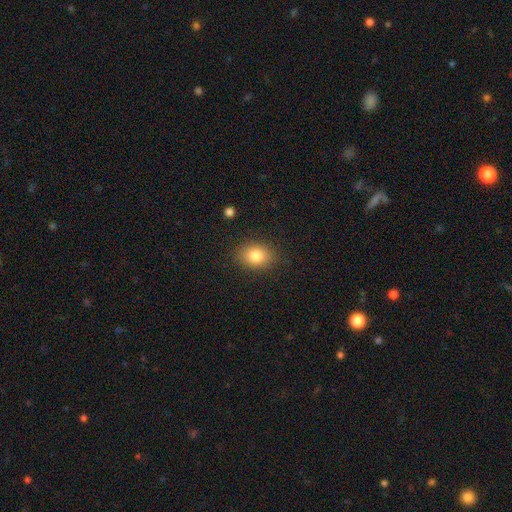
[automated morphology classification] The model was most divided on "how rounded": in between: 64%, round: 35%, cigar-shaped: 1%. More confident: merging — none (86%); smooth or featured — smooth (83%).